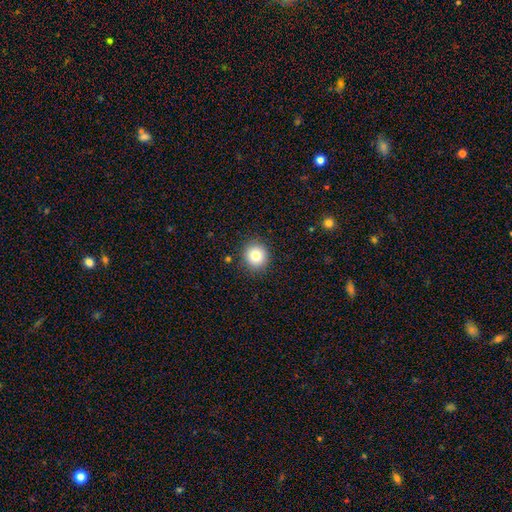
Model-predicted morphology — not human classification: type=smooth (79%); roundness=round (89%); merging=none (89%).